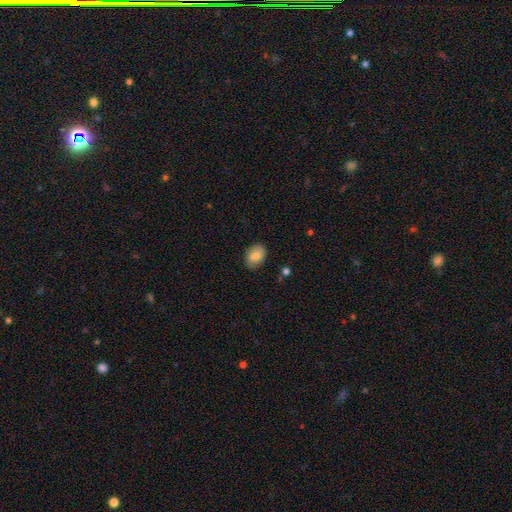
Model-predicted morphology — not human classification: A smooth galaxy with no disk features (81%) that is in between round and cigar-shaped (71%). Merging: none (85%).